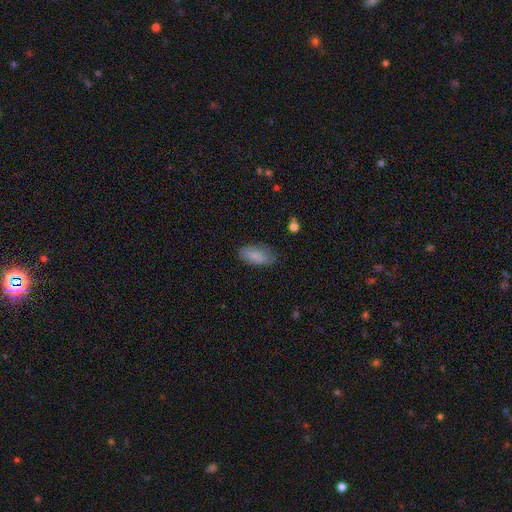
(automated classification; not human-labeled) smooth_or_featured: smooth (p=0.82) [alt: featured or disk p=0.11]
how_rounded: in between (p=0.89) [alt: cigar-shaped p=0.08]
merging: none (p=0.79) [alt: minor disturbance p=0.16]